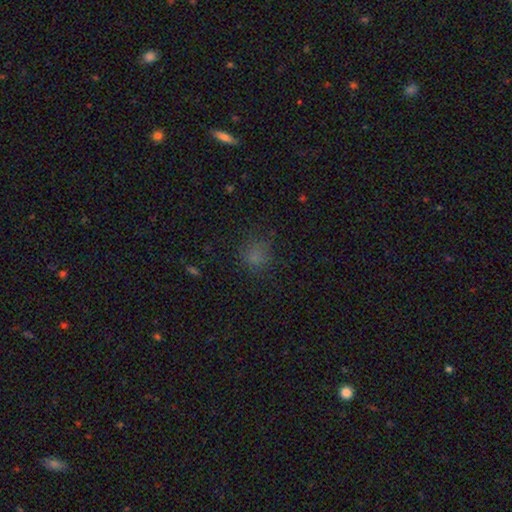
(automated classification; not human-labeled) A smooth galaxy with no disk features (70%) that is round (81%).

Vote fractions:
- Smooth or featured? smooth: 70% / star or artifact: 23% / featured or disk: 7%
- How rounded? round: 81% / in between: 18% / cigar-shaped: 1%
- Merging? none: 74% / minor disturbance: 17% / major disturbance: 8% / merger: 2%